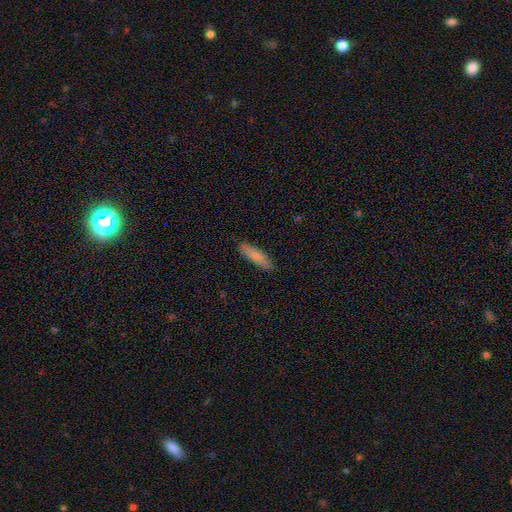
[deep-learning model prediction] Morphology: type=smooth (82%); roundness=cigar-shaped (74%); merging=none (86%).